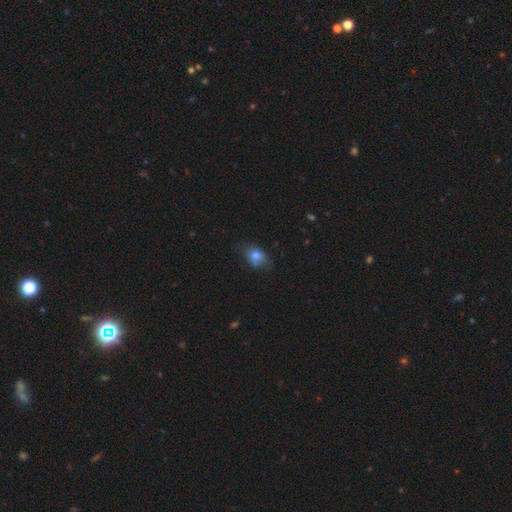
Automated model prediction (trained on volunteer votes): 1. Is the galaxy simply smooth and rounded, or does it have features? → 78% smooth, 12% featured or disk, 10% star or artifact.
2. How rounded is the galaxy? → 65% in between, 33% round, 2% cigar-shaped.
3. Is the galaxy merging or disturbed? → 66% none, 26% minor disturbance, 6% major disturbance, 1% merger.